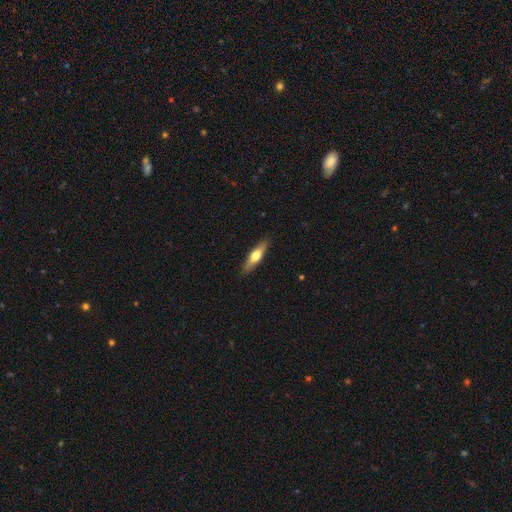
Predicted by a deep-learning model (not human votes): Overall: smooth (51%; featured or disk 44%). How rounded: cigar-shaped (69%). Merging: none (89%).